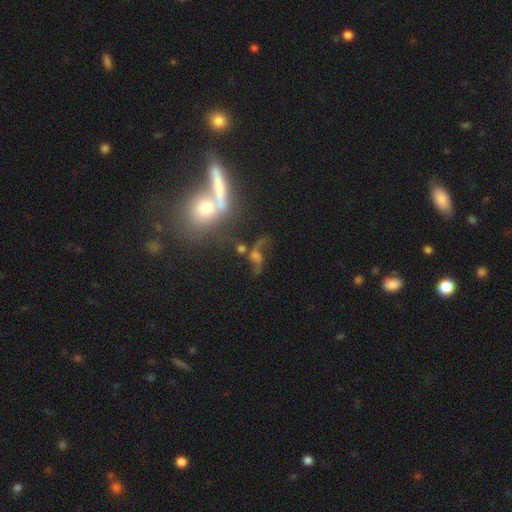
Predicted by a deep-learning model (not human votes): Smooth or featured? Predicted: featured or disk (p=0.68). Edge-on disk? Predicted: no (p=0.90). Bar? Predicted: no (p=0.58). Spiral arms? Predicted: yes (p=0.88). Spiral winding? Predicted: loose (p=0.83). Spiral arm count? Predicted: 2 (p=0.89). Bulge size? Predicted: moderate (p=0.33). Merging? Predicted: none (p=0.50).